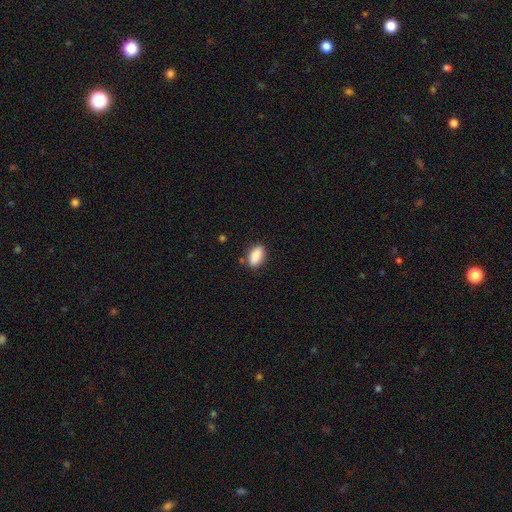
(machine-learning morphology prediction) Smooth or featured? Predicted: smooth (p=0.89). How rounded? Predicted: in between (p=0.90). Merging? Predicted: none (p=0.84).